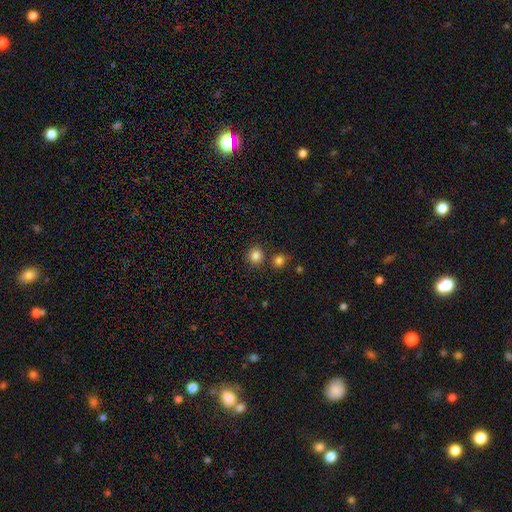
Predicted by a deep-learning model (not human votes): A smooth galaxy with no disk features (83%) that is round (91%). Merging: none (80%).